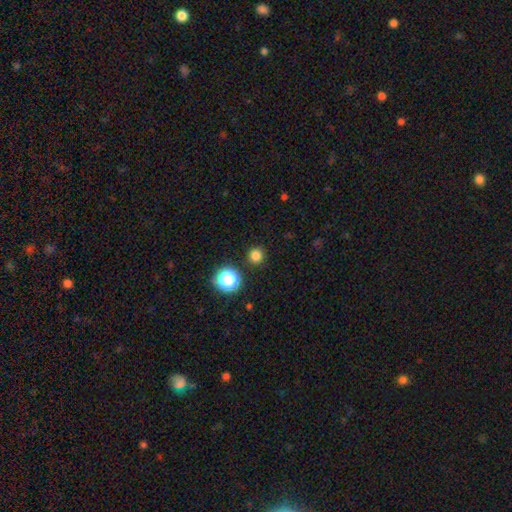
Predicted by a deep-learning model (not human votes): The model was most divided on "smooth or featured": smooth: 80%, star or artifact: 16%, featured or disk: 4%. More confident: how rounded — round (95%); merging — none (92%).